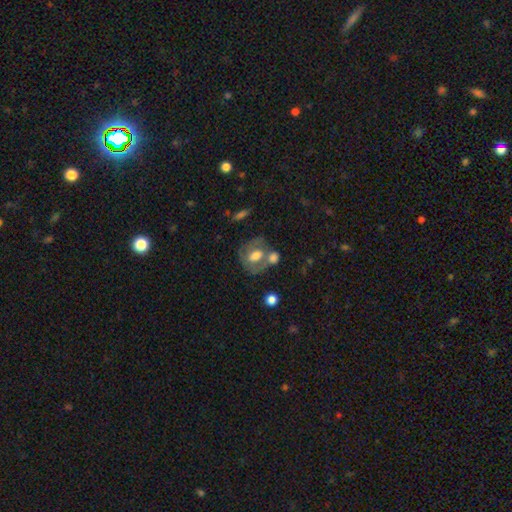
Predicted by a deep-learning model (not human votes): Overall: smooth (48%; featured or disk 44%). Merging: none (40%; merger 34%).